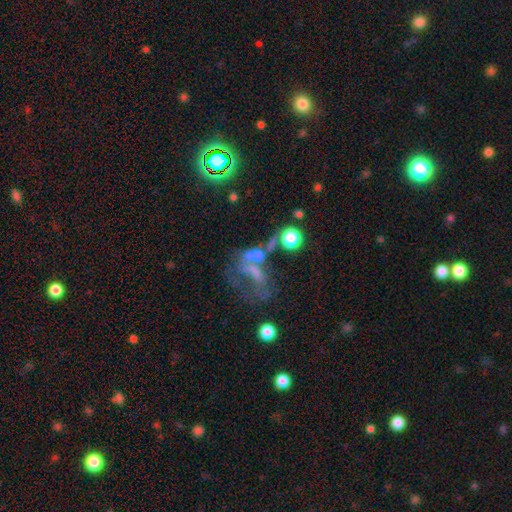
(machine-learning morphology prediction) smooth_or_featured: featured or disk (p=0.45) [alt: smooth p=0.33]
merging: merger (p=0.42) [alt: major disturbance p=0.31]